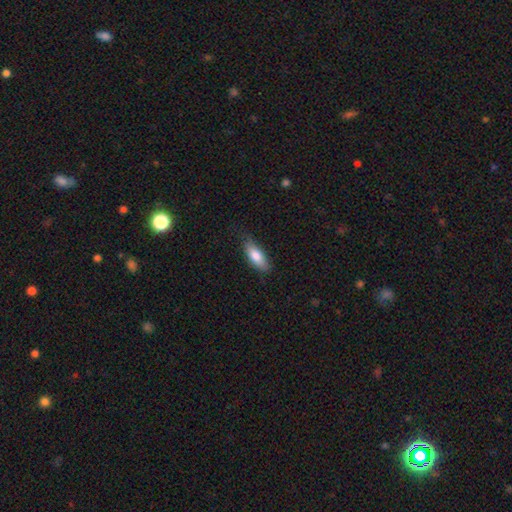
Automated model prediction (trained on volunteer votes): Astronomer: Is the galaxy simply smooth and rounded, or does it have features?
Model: smooth — 80%.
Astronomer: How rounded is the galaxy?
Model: in between — 73%.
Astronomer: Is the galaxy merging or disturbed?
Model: none — 75%.